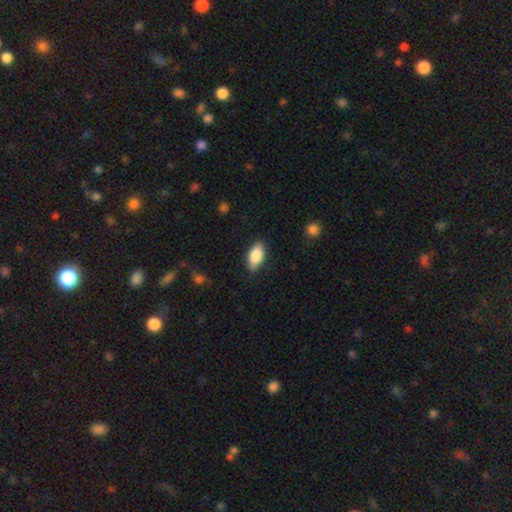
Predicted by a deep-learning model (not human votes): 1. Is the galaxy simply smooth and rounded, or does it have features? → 84% smooth, 10% featured or disk, 6% star or artifact.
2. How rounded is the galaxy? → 91% in between, 6% cigar-shaped, 3% round.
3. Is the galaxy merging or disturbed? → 81% none, 15% minor disturbance, 3% major disturbance, 1% merger.